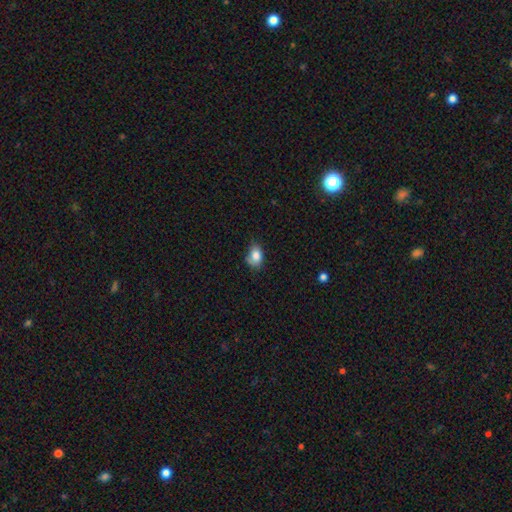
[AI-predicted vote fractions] Q: Smooth or featured?
A: smooth (82%); runner-up: star or artifact (9%)
Q: How rounded?
A: in between (74%); runner-up: round (25%)
Q: Merging?
A: none (50%); runner-up: minor disturbance (35%)